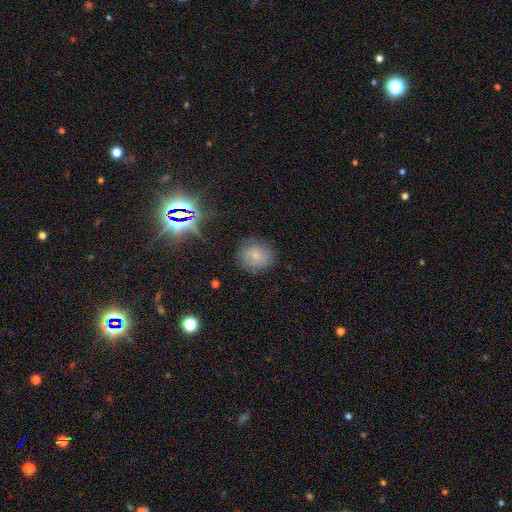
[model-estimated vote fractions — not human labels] This appears to be a smooth galaxy with no disk features (73%) that is round (82%). Merging: none (82%).